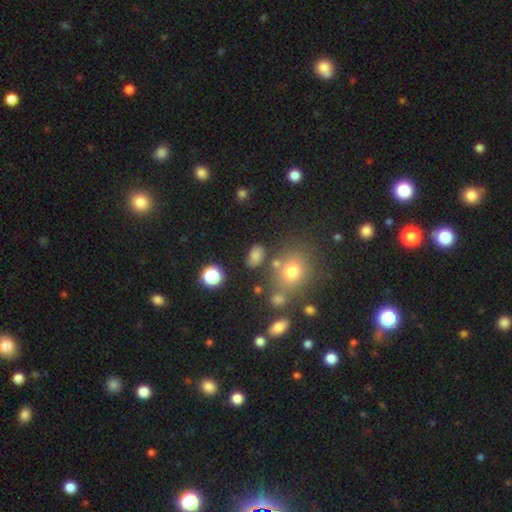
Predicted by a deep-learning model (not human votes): Q: Smooth or featured?
A: smooth (75%); runner-up: star or artifact (16%)
Q: How rounded?
A: in between (81%); runner-up: round (17%)
Q: Merging?
A: none (71%); runner-up: minor disturbance (16%)